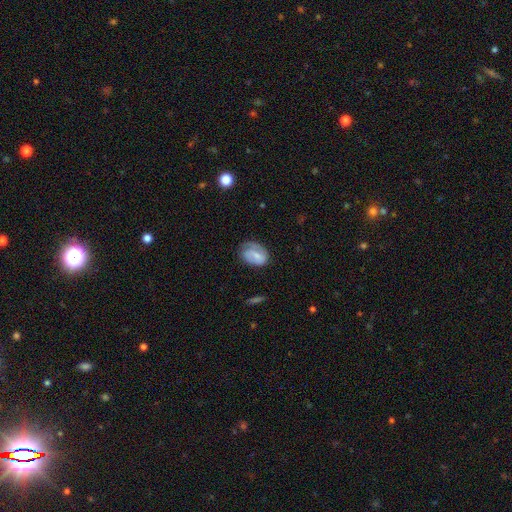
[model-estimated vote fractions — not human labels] smooth 47%, featured or disk 46%, star or artifact 7%. Down the decision tree: merging — none (56%).